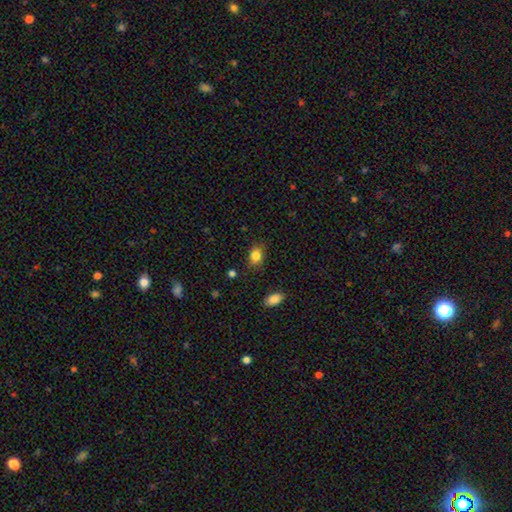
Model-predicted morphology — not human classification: Smooth or featured?
  - smooth: 84% *
  - star or artifact: 10%
  - featured or disk: 6%
How rounded?
  - in between: 65% *
  - round: 33%
  - cigar-shaped: 1%
Merging?
  - none: 80% *
  - minor disturbance: 15%
  - major disturbance: 3%
  - merger: 2%